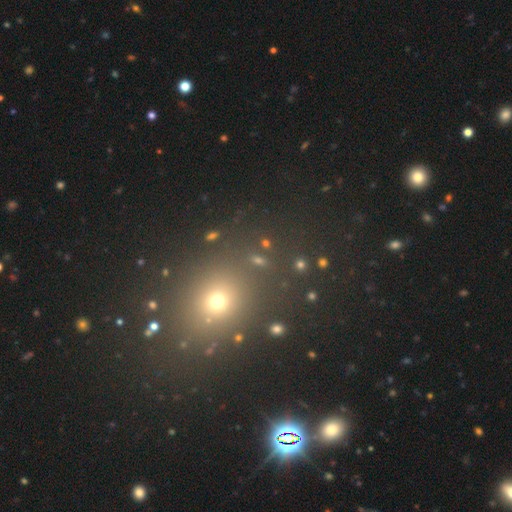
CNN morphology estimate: Smooth or featured?
  - smooth: 53% *
  - star or artifact: 37%
  - featured or disk: 10%
How rounded?
  - round: 61% *
  - in between: 37%
  - cigar-shaped: 2%
Merging?
  - none: 83% *
  - minor disturbance: 9%
  - major disturbance: 5%
  - merger: 3%